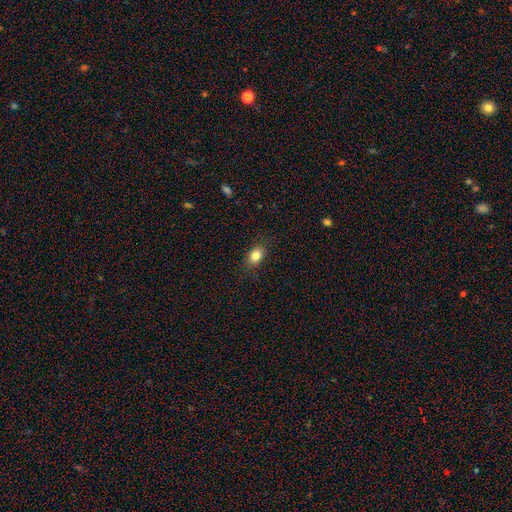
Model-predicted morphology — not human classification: A smooth galaxy with no disk features (84%) that is in between round and cigar-shaped (76%).

Vote fractions:
- Smooth or featured? smooth: 84% / star or artifact: 9% / featured or disk: 7%
- How rounded? in between: 76% / round: 22% / cigar-shaped: 2%
- Merging? none: 84% / minor disturbance: 12% / major disturbance: 3% / merger: 1%